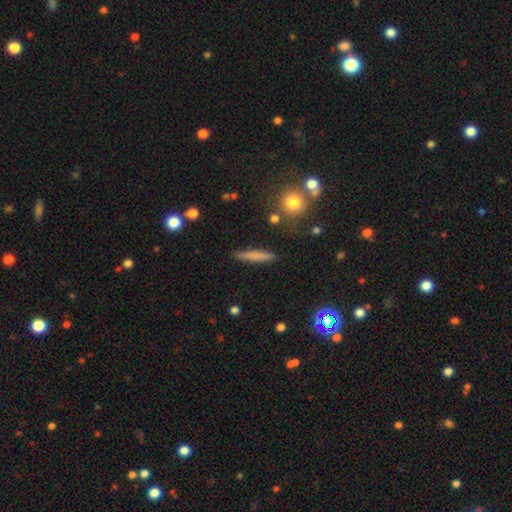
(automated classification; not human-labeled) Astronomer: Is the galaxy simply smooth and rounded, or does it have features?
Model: smooth — 72%.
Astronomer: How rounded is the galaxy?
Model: cigar-shaped — 91%.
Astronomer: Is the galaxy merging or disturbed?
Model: none — 87%.